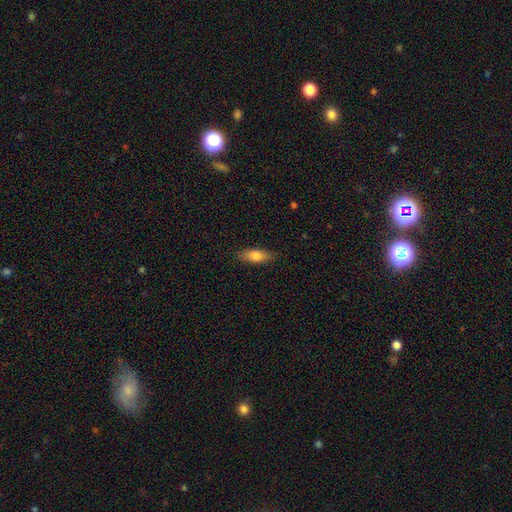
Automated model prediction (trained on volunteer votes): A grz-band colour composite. It shows a smooth galaxy with no disk features (79%) that is in between round and cigar-shaped (74%). Merging: none (86%).